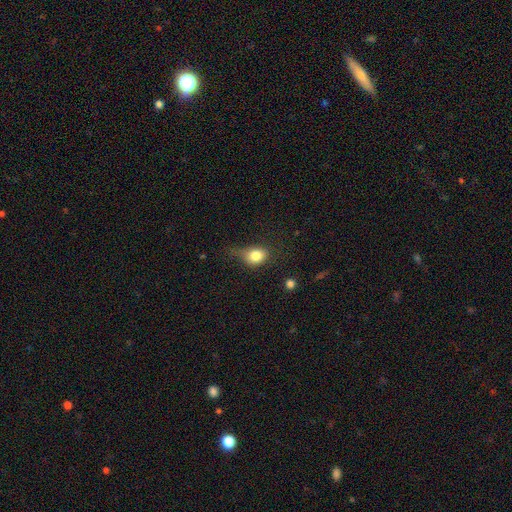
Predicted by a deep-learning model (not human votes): This is likely a smooth galaxy (79%). How rounded: possibly in between (56%). Merging: marginally none (42%).